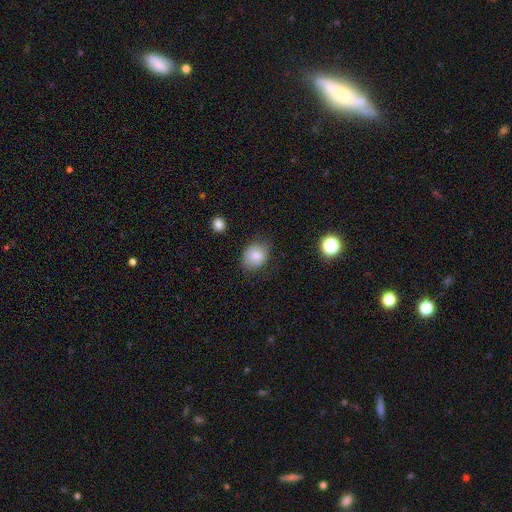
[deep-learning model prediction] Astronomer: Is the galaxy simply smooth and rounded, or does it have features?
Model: smooth — 80%.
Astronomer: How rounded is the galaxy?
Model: round — 50% (runner-up: in between, 49%).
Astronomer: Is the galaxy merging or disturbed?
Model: none — 73%.